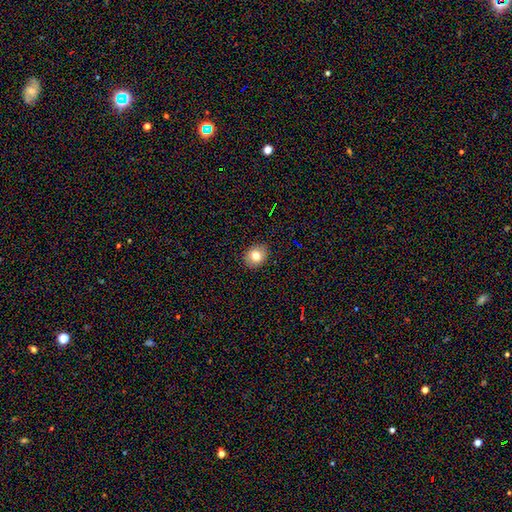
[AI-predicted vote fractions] This appears to be a smooth galaxy with no disk features (79%) that is round (61%). Merging: none (89%).